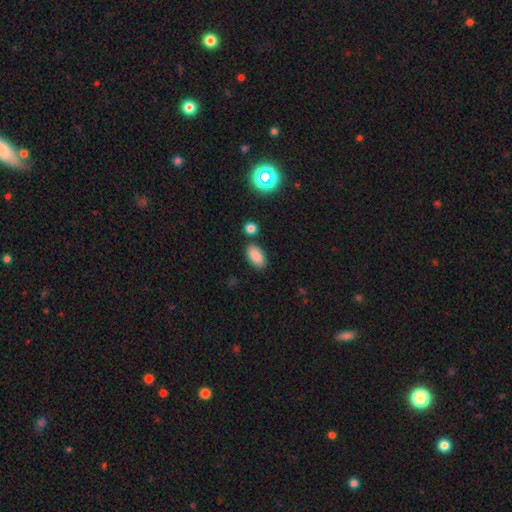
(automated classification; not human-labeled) This appears to be a smooth galaxy with no disk features (86%) that is in between round and cigar-shaped (93%). Merging: none (81%).